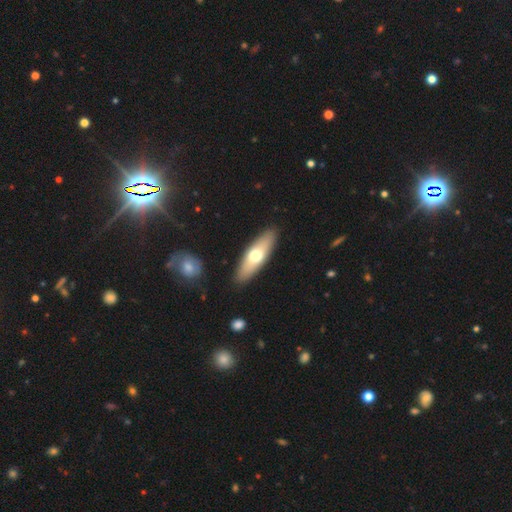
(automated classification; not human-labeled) A smooth galaxy with no disk features (61%) that is in between round and cigar-shaped (51%). Merging: none (90%).